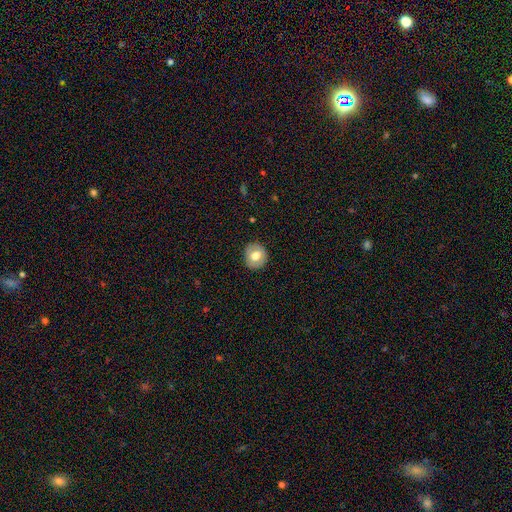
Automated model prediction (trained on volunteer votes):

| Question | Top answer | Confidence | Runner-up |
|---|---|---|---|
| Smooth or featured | smooth | 68% | featured or disk (25%) |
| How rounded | round | 85% | in between (14%) |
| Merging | none | 88% | minor disturbance (9%) |